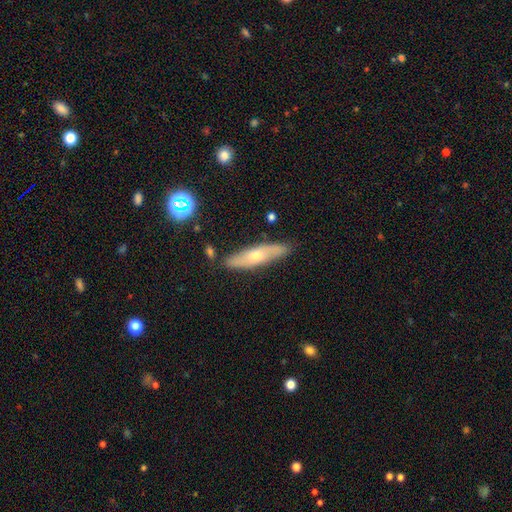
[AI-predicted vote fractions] This is possibly a featured or disk galaxy (48%). Merging: clearly none (84%).